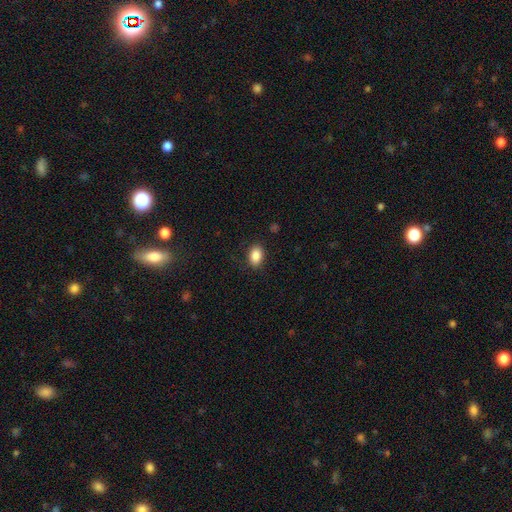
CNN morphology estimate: Smooth or featured? Predicted: smooth (p=0.87). How rounded? Predicted: in between (p=0.82). Merging? Predicted: none (p=0.86).